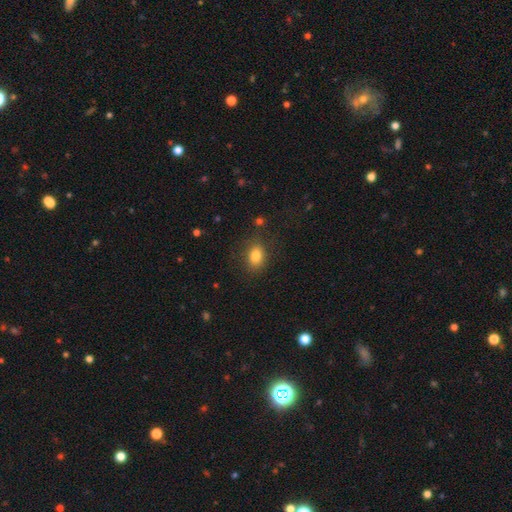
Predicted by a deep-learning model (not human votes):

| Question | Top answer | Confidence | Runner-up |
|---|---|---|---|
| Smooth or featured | smooth | 83% | star or artifact (10%) |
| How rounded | in between | 75% | round (24%) |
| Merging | none | 81% | minor disturbance (12%) |